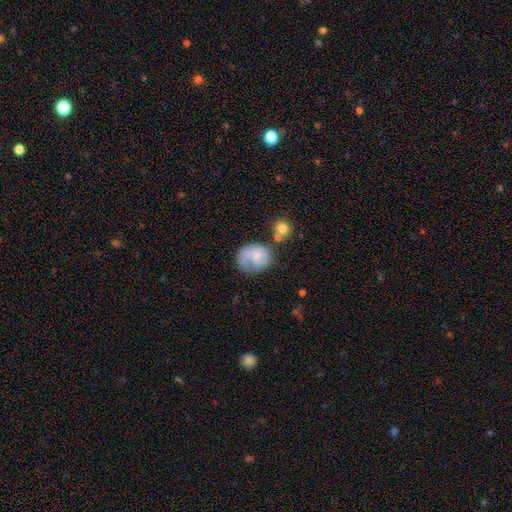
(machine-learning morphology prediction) A smooth galaxy with no disk features (60%) that is round (62%). Merging: none (44%).